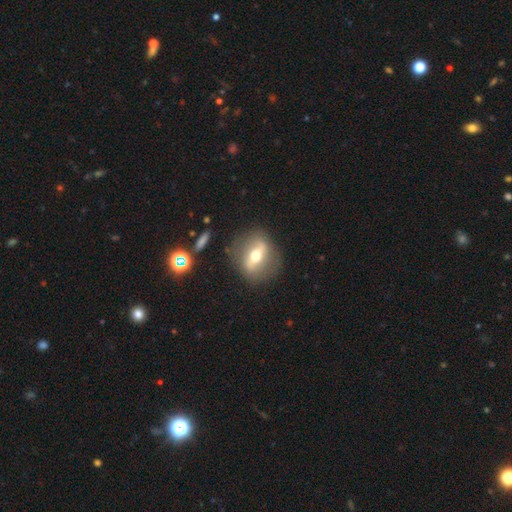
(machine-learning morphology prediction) Smooth or featured? featured or disk (62%)
Edge-on disk? no (69%)
Merging? none (81%)